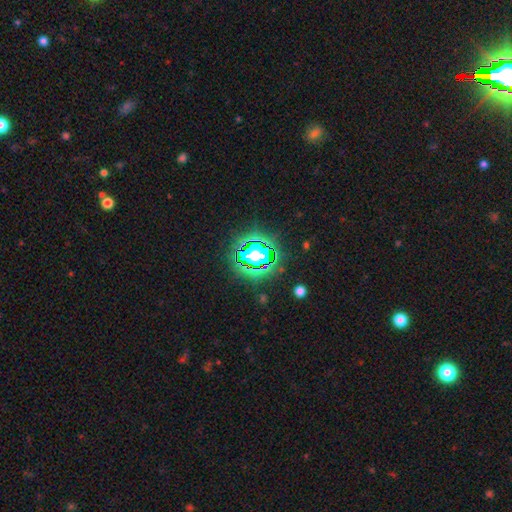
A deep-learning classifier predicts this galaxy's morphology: Smooth or featured? Predicted: star or artifact (p=0.67).